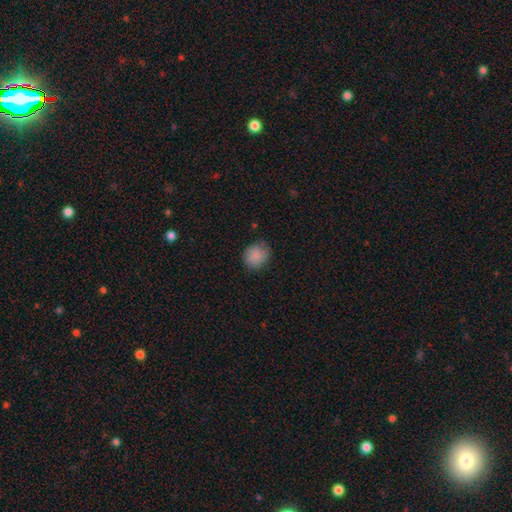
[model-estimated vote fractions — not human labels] This is clearly a smooth galaxy (86%). How rounded: likely round (73%). Merging: likely none (75%).